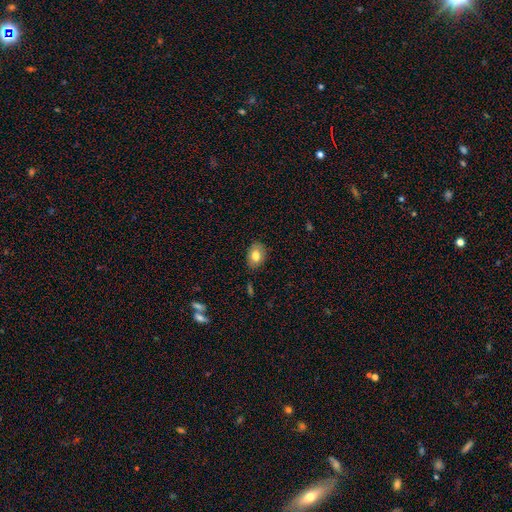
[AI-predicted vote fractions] This appears to be a smooth galaxy with no disk features (78%) that is in between round and cigar-shaped (77%). Merging: none (83%).